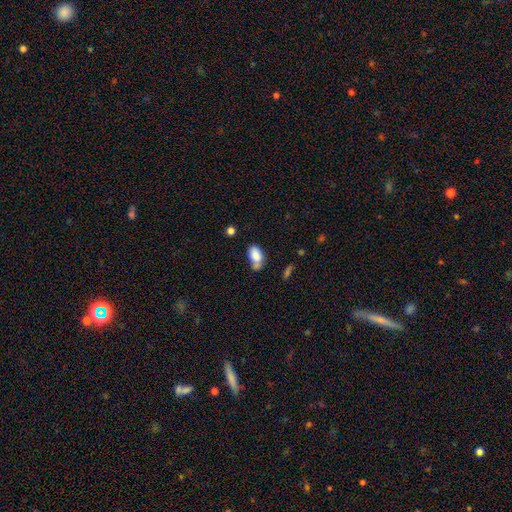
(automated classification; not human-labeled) The model was most divided on "merging": none: 43%, minor disturbance: 25%, merger: 23%, major disturbance: 9%. More confident: how rounded — in between (92%); smooth or featured — smooth (82%).